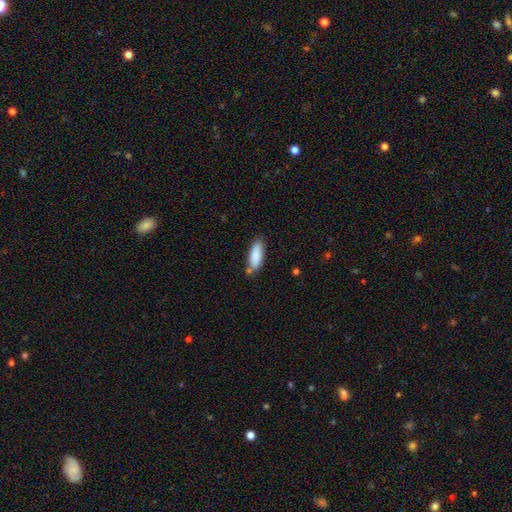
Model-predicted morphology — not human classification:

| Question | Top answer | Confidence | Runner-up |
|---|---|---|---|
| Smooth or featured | smooth | 87% | featured or disk (6%) |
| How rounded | in between | 64% | cigar-shaped (34%) |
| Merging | none | 72% | minor disturbance (17%) |